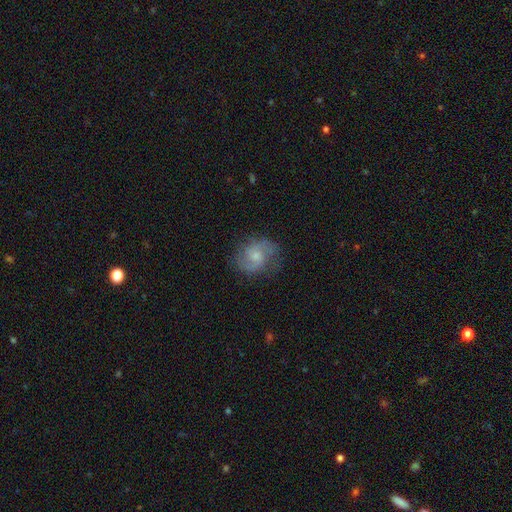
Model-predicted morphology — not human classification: A featured or disk galaxy (66%) with no bar (61%), 2 (84%) medium (50%) spiral arms (91%) and a small central bulge (45%). Merging: none (70%).